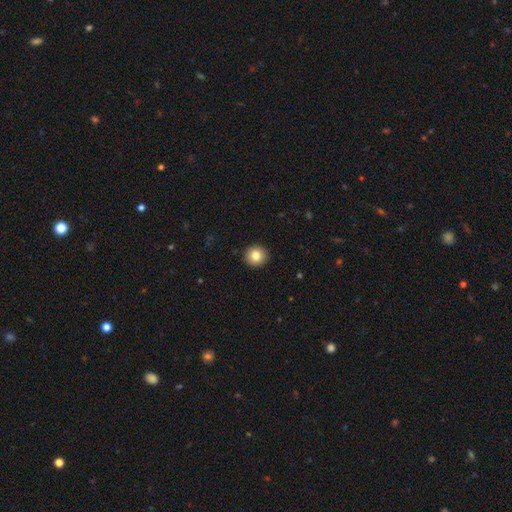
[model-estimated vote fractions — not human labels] Smooth or featured: smooth — 83% (star or artifact — 10%)
How rounded: round — 92% (in between — 7%)
Merging: none — 93% (minor disturbance — 5%)